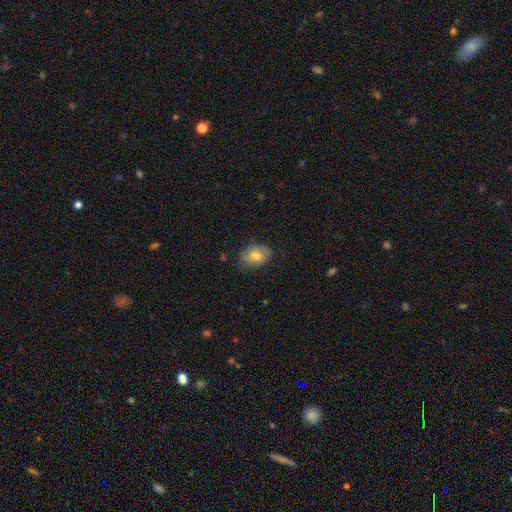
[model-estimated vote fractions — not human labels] smooth 70%, featured or disk 22%, star or artifact 8%. Down the decision tree: how rounded — in between (78%); merging — none (72%).